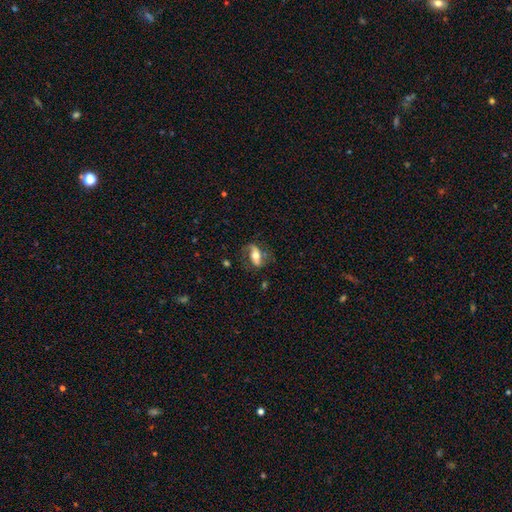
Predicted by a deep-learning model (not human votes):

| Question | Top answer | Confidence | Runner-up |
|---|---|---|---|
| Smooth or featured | featured or disk | 61% | smooth (32%) |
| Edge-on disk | no | 84% | yes (16%) |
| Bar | no | 38% | strong (37%) |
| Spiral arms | yes | 79% | no (21%) |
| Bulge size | moderate | 64% | large (20%) |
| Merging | none | 67% | minor disturbance (20%) |